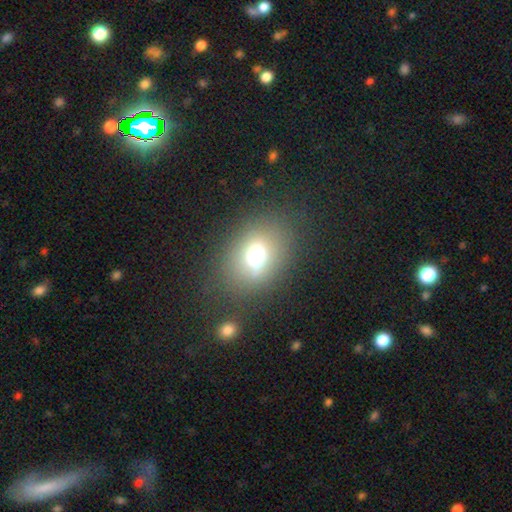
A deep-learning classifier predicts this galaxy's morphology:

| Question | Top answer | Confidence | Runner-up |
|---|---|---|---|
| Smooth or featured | smooth | 70% | featured or disk (17%) |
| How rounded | in between | 68% | round (31%) |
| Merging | none | 72% | minor disturbance (15%) |